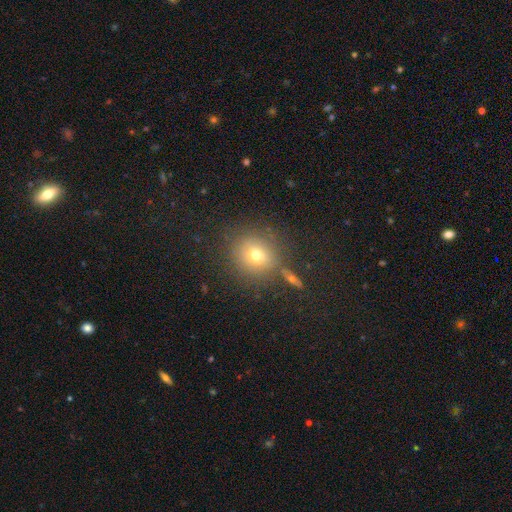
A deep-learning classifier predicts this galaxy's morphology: A smooth galaxy with no disk features (68%) that is round (85%).

Vote fractions:
- Smooth or featured? smooth: 68% / star or artifact: 17% / featured or disk: 15%
- How rounded? round: 85% / in between: 13% / cigar-shaped: 1%
- Merging? none: 79% / minor disturbance: 10% / merger: 7% / major disturbance: 4%